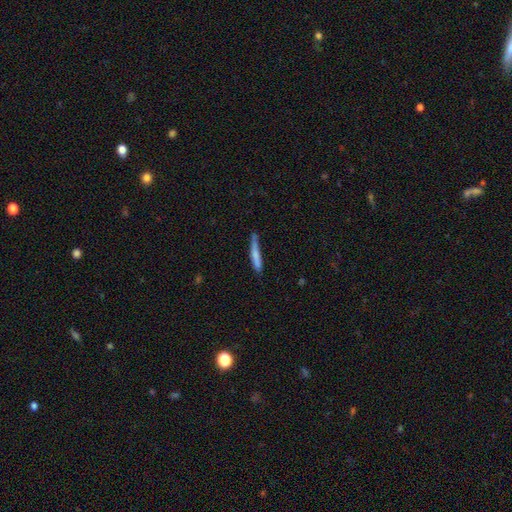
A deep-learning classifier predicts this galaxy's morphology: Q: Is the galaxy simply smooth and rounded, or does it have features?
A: smooth — 70%.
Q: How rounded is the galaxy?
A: cigar-shaped — 94%.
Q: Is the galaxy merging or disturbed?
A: none — 64%.